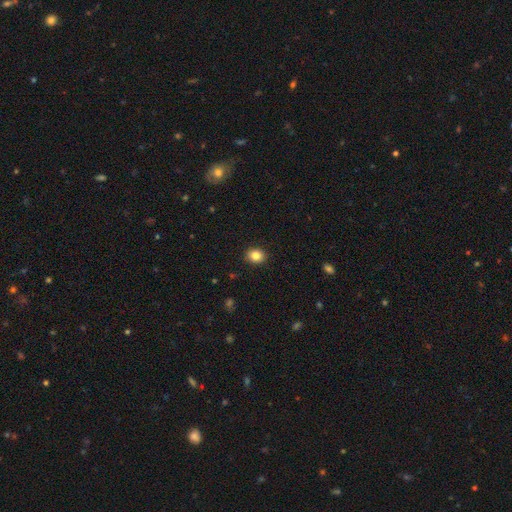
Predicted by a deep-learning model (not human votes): smooth 85%, star or artifact 9%, featured or disk 6%. Down the decision tree: how rounded — round (58%); merging — none (91%).